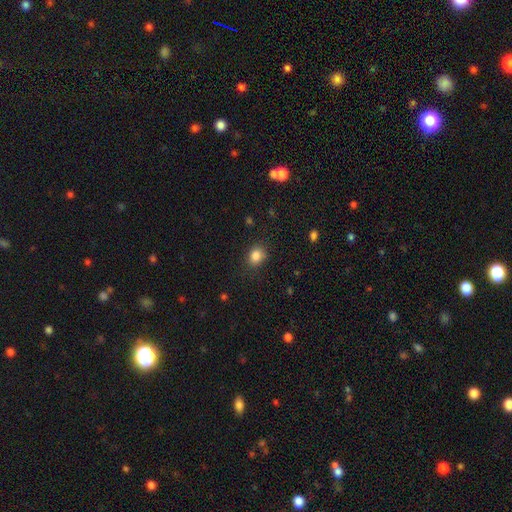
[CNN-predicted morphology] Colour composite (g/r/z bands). It shows a smooth galaxy with no disk features (83%) that is round (52%). Merging: none (81%).